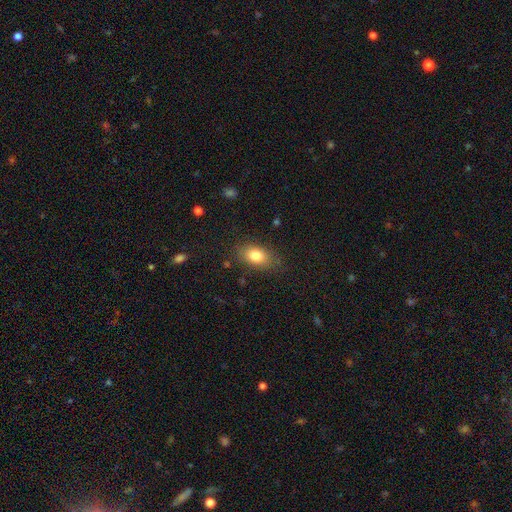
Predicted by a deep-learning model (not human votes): This is clearly a smooth galaxy (81%). How rounded: clearly in between (85%). Merging: clearly none (81%).